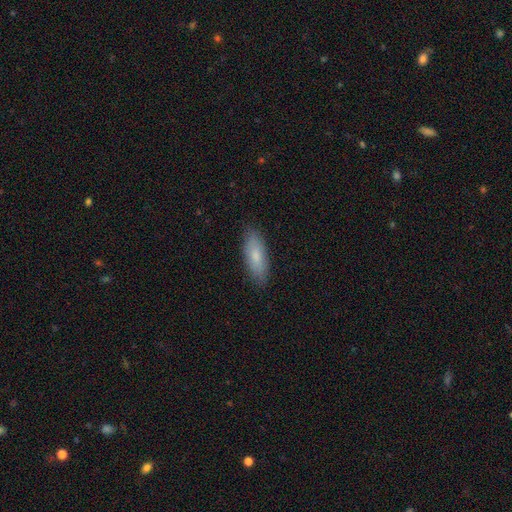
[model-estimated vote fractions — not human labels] smooth 78%, featured or disk 16%, star or artifact 6%. Down the decision tree: how rounded — in between (69%); merging — none (86%).